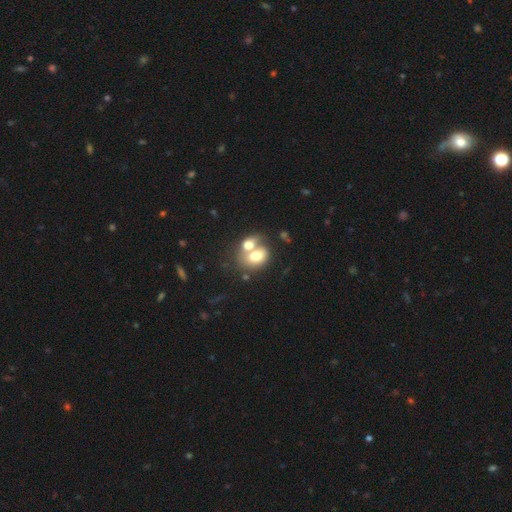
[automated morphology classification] Overall: smooth (67%). How rounded: in between (62%; round 37%). Merging: merger (64%).